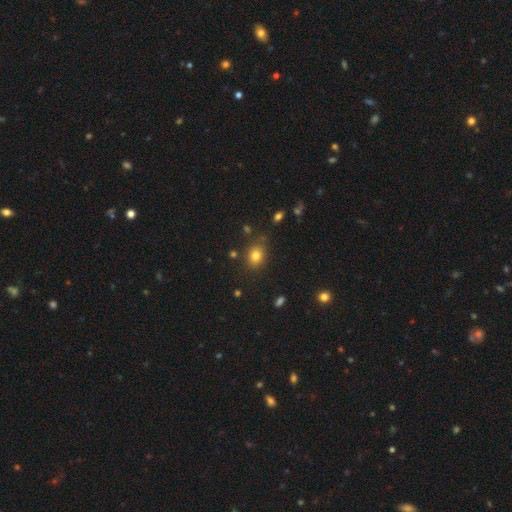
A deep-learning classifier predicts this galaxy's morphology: smooth_or_featured: smooth (p=0.79) [alt: star or artifact p=0.13]
how_rounded: in between (p=0.53) [alt: round p=0.46]
merging: none (p=0.78) [alt: minor disturbance p=0.15]